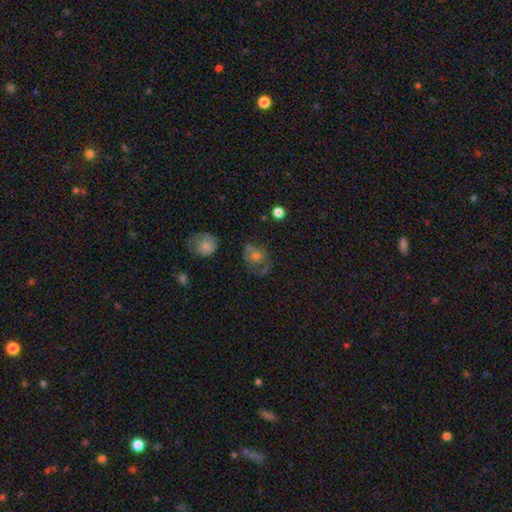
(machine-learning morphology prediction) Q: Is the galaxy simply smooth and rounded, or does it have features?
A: smooth — 51%.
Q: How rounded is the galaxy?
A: round — 69%.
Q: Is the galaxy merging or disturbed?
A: none — 50%.